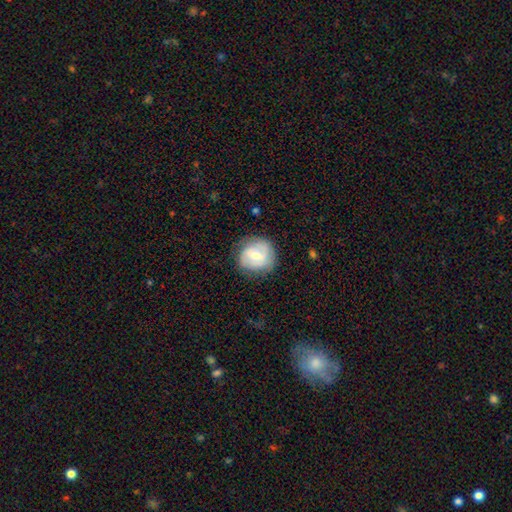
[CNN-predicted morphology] Overall: smooth (47%; featured or disk 46%). Merging: none (75%).